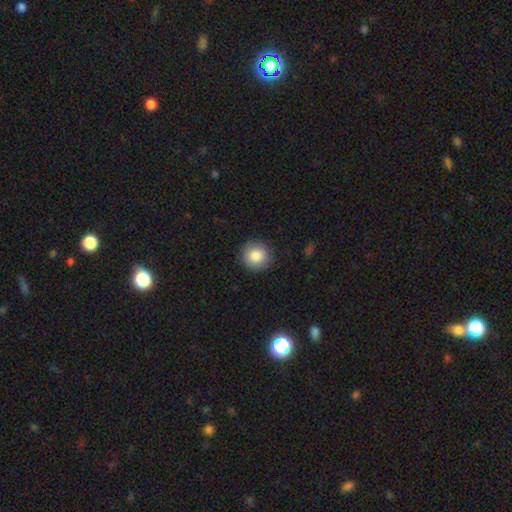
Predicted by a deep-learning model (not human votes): This is clearly a smooth galaxy (85%). How rounded: clearly round (93%). Merging: clearly none (89%).